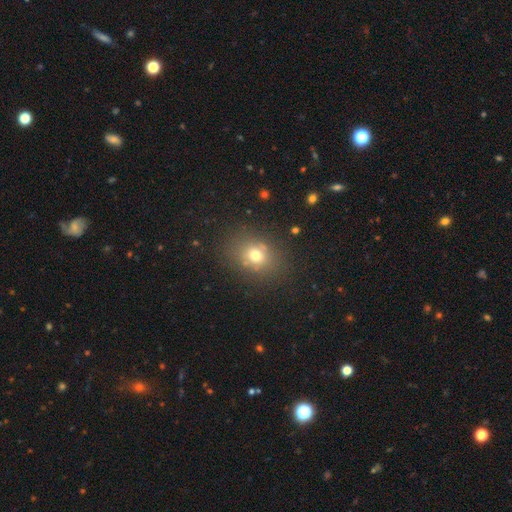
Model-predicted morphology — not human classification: A smooth galaxy with no disk features (68%) that is round (57%). Merging: none (83%).